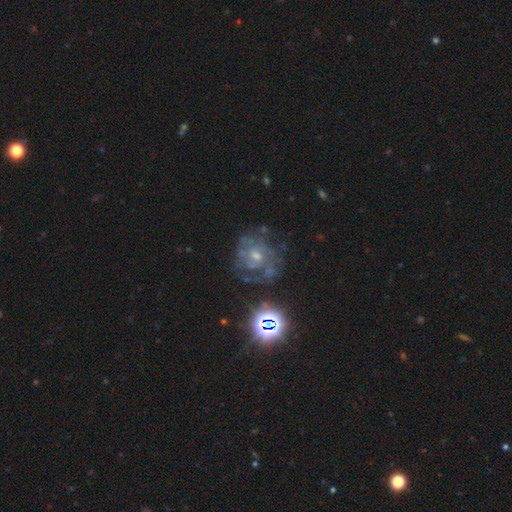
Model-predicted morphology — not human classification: The model was most divided on "bulge size": small: 53%, moderate: 39%, none: 4%, large: 2%, dominant: 1%. More confident: edge-on disk — no (97%); bar — no (76%); spiral arms — yes (74%); smooth or featured — featured or disk (63%); merging — none (61%).